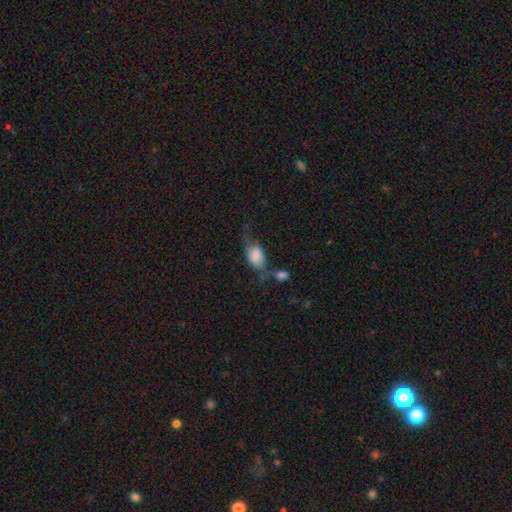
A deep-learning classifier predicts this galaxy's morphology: type=smooth (67%); roundness=in between (88%); merging=major disturbance (30%).